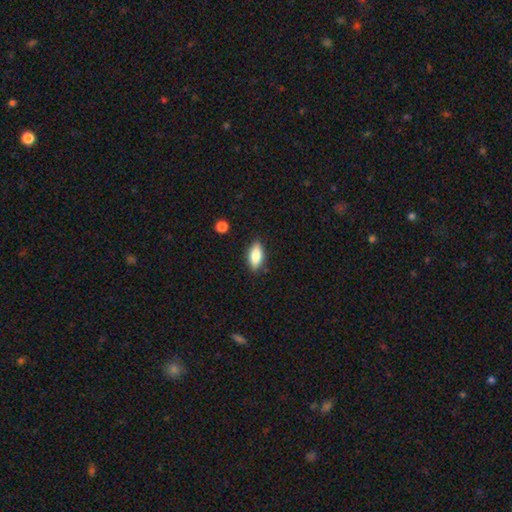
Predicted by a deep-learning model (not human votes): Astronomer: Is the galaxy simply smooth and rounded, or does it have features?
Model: smooth — 81%.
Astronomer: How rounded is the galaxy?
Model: in between — 84%.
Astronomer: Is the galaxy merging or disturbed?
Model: none — 85%.